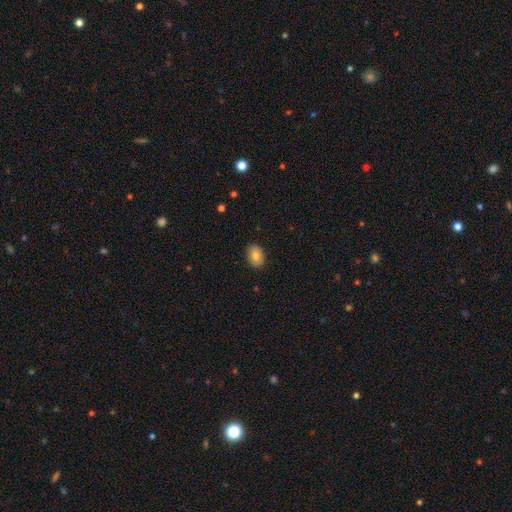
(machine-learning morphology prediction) smooth_or_featured: smooth (p=0.80) [alt: featured or disk p=0.12]
how_rounded: in between (p=0.77) [alt: round p=0.22]
merging: none (p=0.89) [alt: minor disturbance p=0.08]